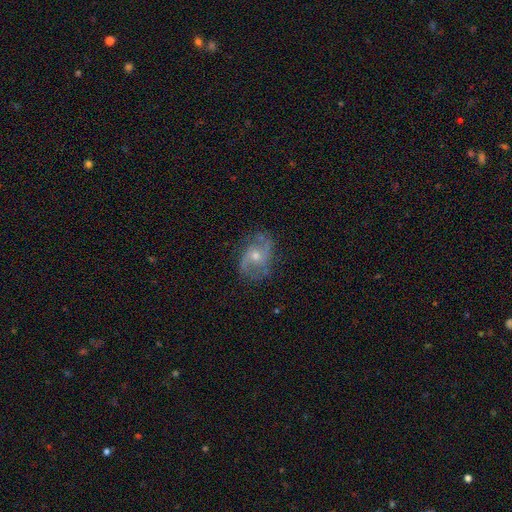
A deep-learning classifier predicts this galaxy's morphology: type=featured or disk (82%); edge-on=no (97%); bar=no (60%); spiral arms=yes (94%); winding=medium (47%); arm count=2 (88%); bulge=moderate (54%); merging=none (77%).